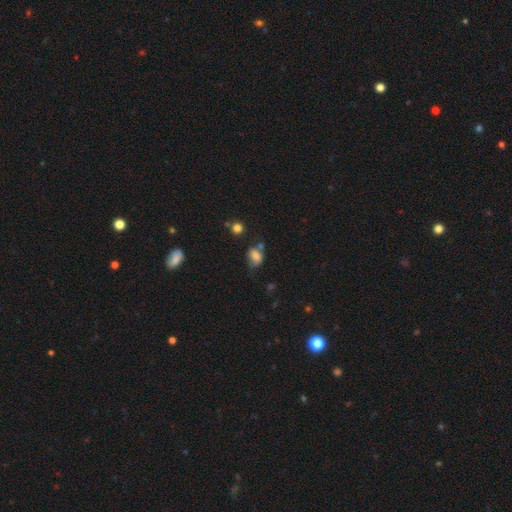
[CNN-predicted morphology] This is likely a smooth galaxy (73%). How rounded: likely in between (68%). Merging: possibly none (46%).